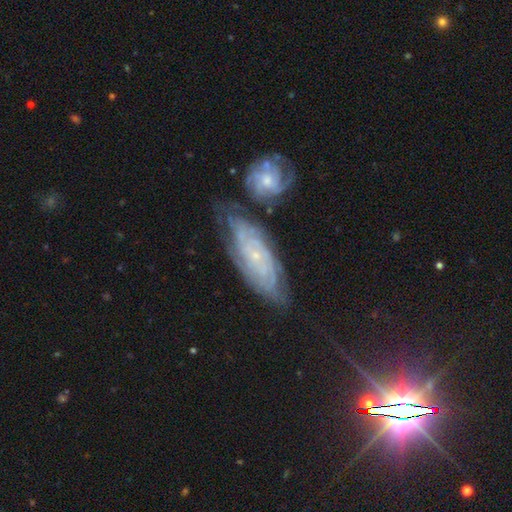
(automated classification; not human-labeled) Morphology: type=featured or disk (78%); edge-on=no (90%); bar=no (74%); spiral arms=yes (93%); winding=tight (74%); arm count=can't tell (51%); bulge=small (84%); merging=none (55%).